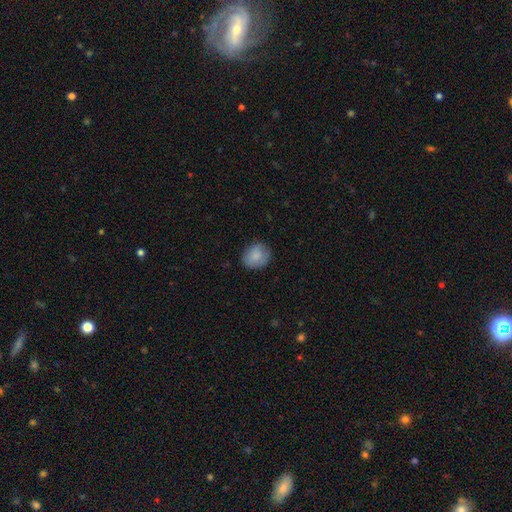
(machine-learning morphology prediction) Smooth or featured?
  - smooth: 85% *
  - star or artifact: 7%
  - featured or disk: 7%
How rounded?
  - round: 68% *
  - in between: 31%
  - cigar-shaped: 1%
Merging?
  - none: 81% *
  - minor disturbance: 14%
  - major disturbance: 3%
  - merger: 1%